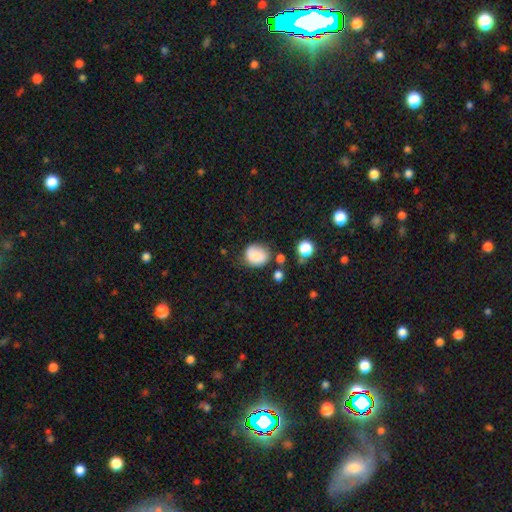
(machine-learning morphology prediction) Overall: smooth (80%). How rounded: round (63%; in between 36%). Merging: none (65%).